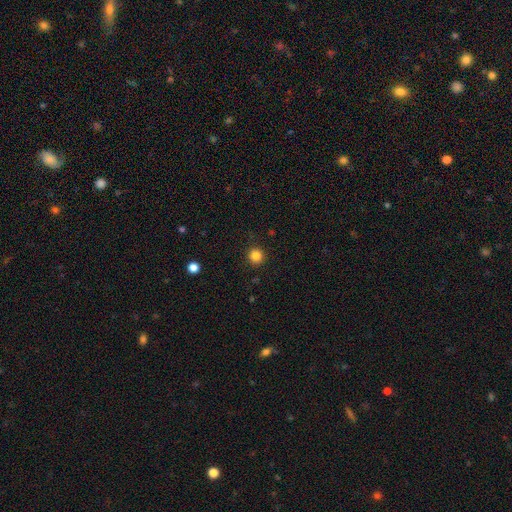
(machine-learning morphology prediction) This appears to be a smooth galaxy with no disk features (84%) that is round (95%). Merging: none (92%).